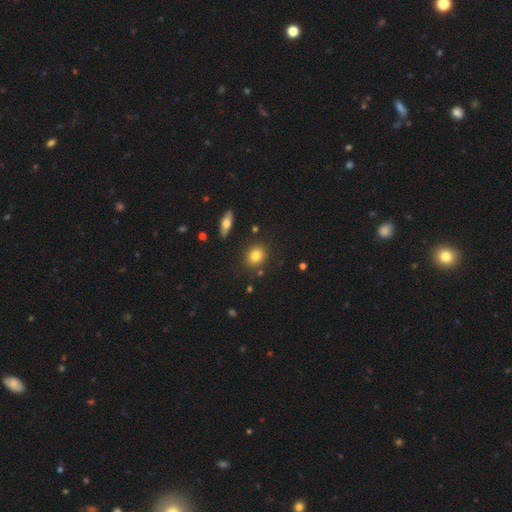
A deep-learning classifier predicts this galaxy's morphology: Overall: smooth (81%). How rounded: round (67%; in between 31%). Merging: none (86%).